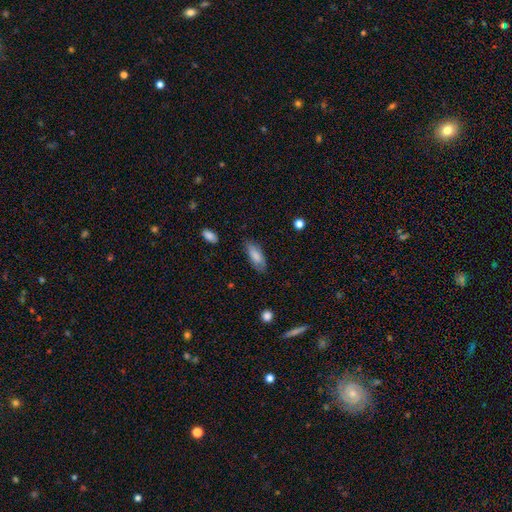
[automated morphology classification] Smooth or featured: smooth — 79% (featured or disk — 14%)
How rounded: in between — 75% (cigar-shaped — 24%)
Merging: none — 74% (minor disturbance — 20%)